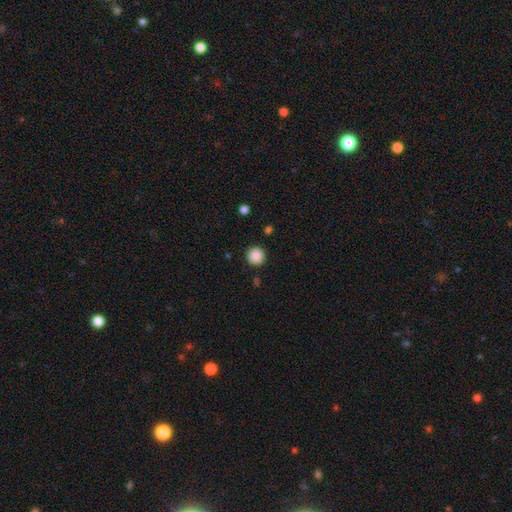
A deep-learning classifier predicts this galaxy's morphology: smooth 88%, star or artifact 9%, featured or disk 2%. Down the decision tree: how rounded — round (95%); merging — none (91%).